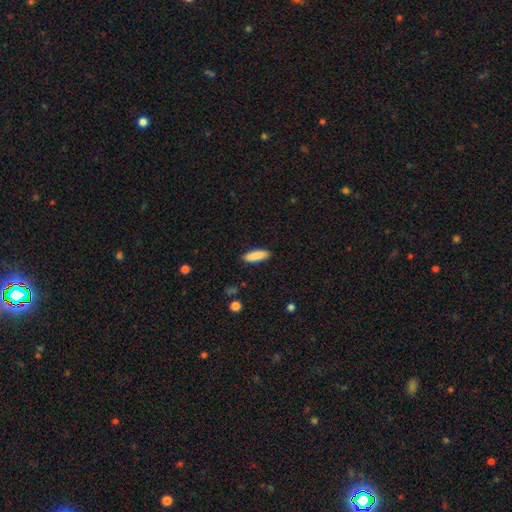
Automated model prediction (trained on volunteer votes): Smooth or featured: smooth — 89% (star or artifact — 6%)
How rounded: cigar-shaped — 56% (in between — 42%)
Merging: none — 90% (minor disturbance — 8%)